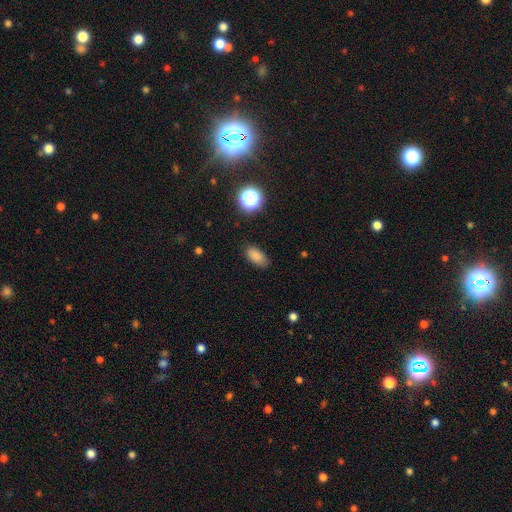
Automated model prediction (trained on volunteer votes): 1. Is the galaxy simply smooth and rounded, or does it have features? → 83% smooth, 12% star or artifact, 5% featured or disk.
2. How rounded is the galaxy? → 88% in between, 6% round, 5% cigar-shaped.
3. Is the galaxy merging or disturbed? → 82% none, 14% minor disturbance, 3% major disturbance, 1% merger.